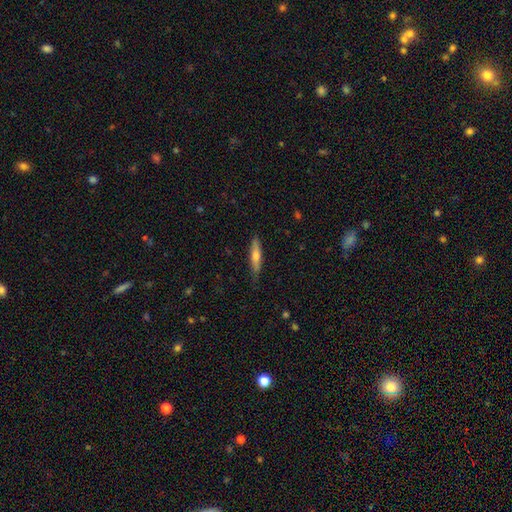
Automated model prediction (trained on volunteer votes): Morphology: type=smooth (55%); roundness=cigar-shaped (85%); merging=none (82%).